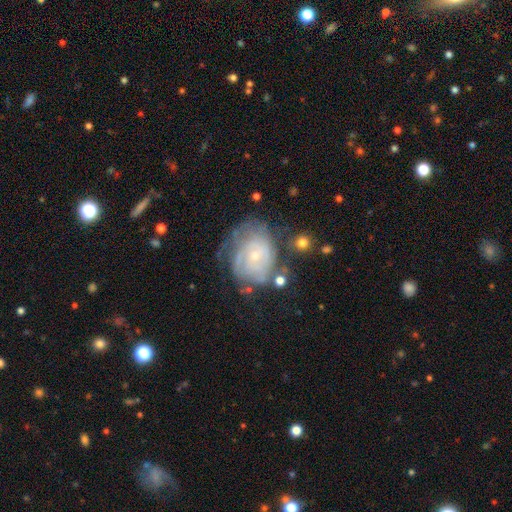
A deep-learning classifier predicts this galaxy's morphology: Overall: featured or disk (74%). Edge-on disk: no (97%). Bar: no (78%). Spiral arms: yes (83%). Spiral arm count: can't tell (56%). Spiral winding: tight (70%). Bulge size: small (76%). Merging: none (52%; minor disturbance 25%).